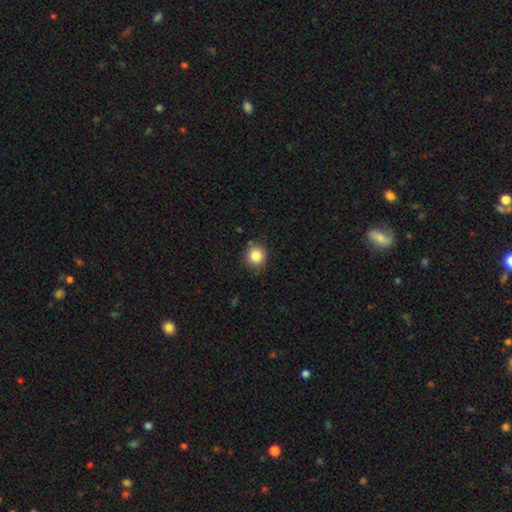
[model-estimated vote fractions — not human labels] smooth_or_featured: smooth (p=0.85) [alt: star or artifact p=0.10]
how_rounded: round (p=0.88) [alt: in between p=0.11]
merging: none (p=0.81) [alt: minor disturbance p=0.14]